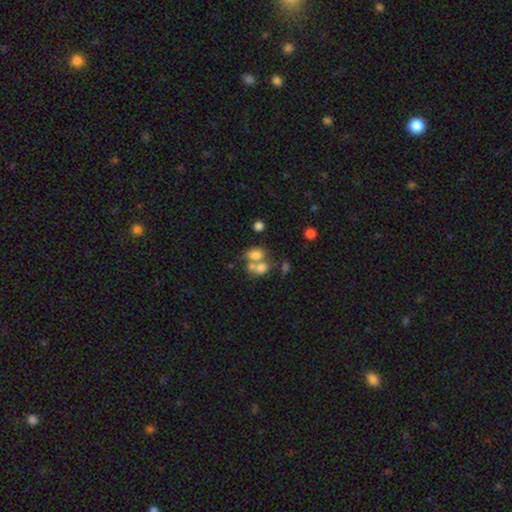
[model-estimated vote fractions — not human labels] Smooth or featured? Predicted: smooth (p=0.69). How rounded? Predicted: in between (p=0.66). Merging? Predicted: merger (p=0.55).